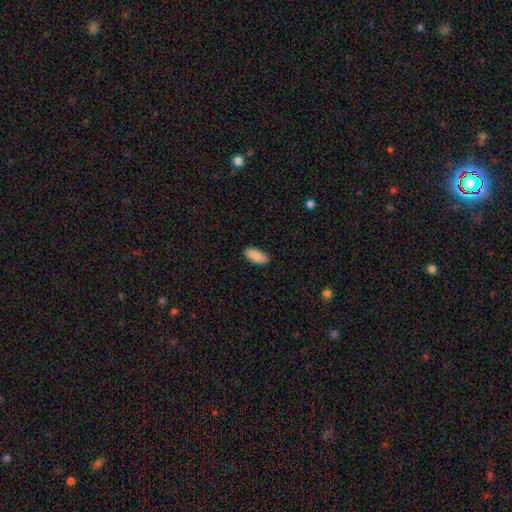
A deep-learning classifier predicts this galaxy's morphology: This is clearly a smooth galaxy (88%). How rounded: clearly in between (87%). Merging: clearly none (86%).